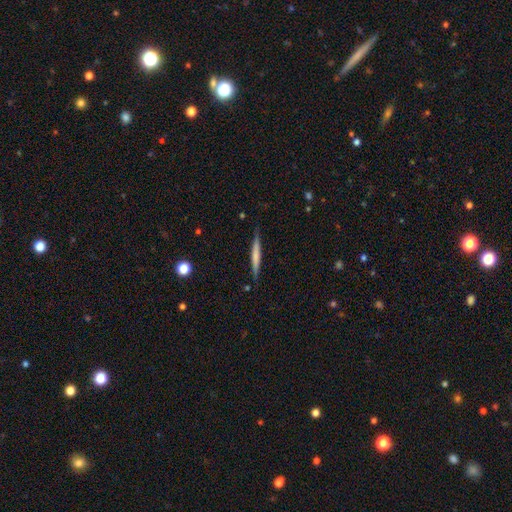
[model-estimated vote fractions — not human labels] A smooth galaxy with no disk features (55%) that is cigar-shaped (95%). Merging: none (86%).